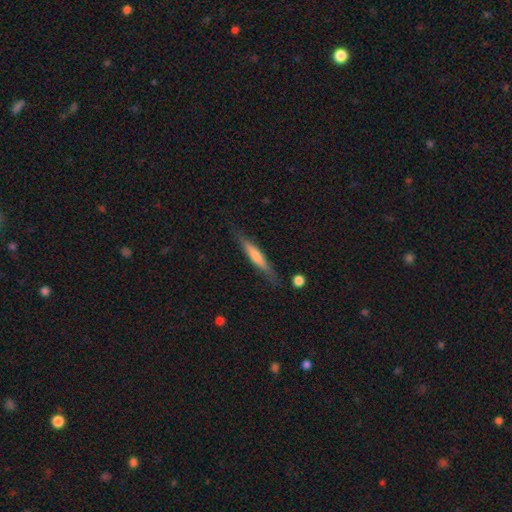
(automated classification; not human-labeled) Overall: featured or disk (51%; smooth 42%). Edge-on disk: yes (94%). Merging: none (84%).